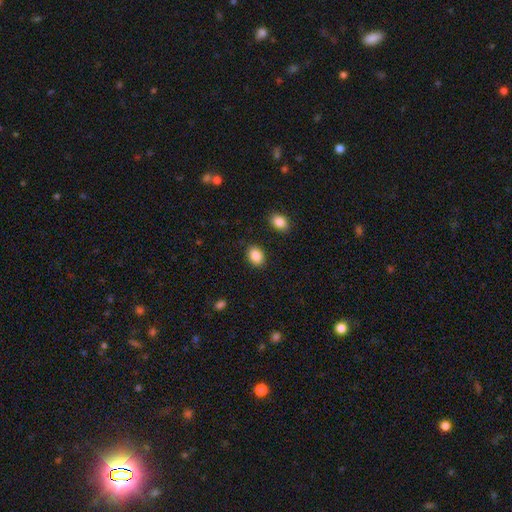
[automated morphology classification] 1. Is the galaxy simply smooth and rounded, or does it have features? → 88% smooth, 8% star or artifact, 4% featured or disk.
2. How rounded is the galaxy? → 70% in between, 29% round, 1% cigar-shaped.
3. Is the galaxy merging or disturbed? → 87% none, 9% minor disturbance, 3% major disturbance, 2% merger.